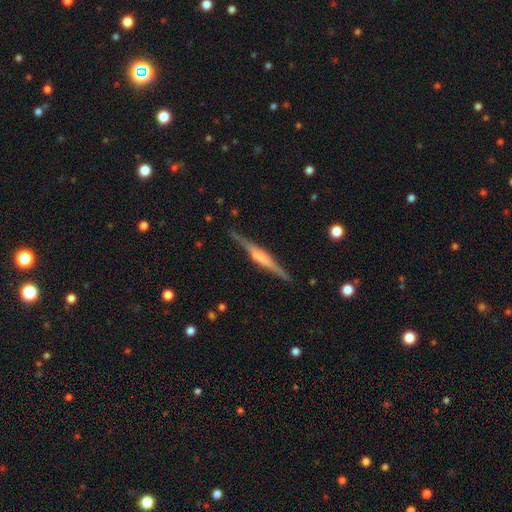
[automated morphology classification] type=featured or disk (74%); edge-on=yes (98%); edge-on bulge=rounded (46%); merging=none (87%).